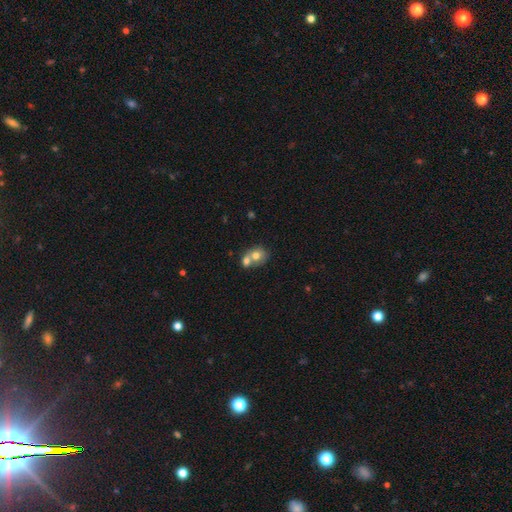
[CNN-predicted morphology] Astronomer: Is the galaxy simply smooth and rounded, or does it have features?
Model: smooth — 70%.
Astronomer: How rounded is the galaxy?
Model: round — 61% (runner-up: in between, 38%).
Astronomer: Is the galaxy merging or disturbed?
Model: merger — 64%.